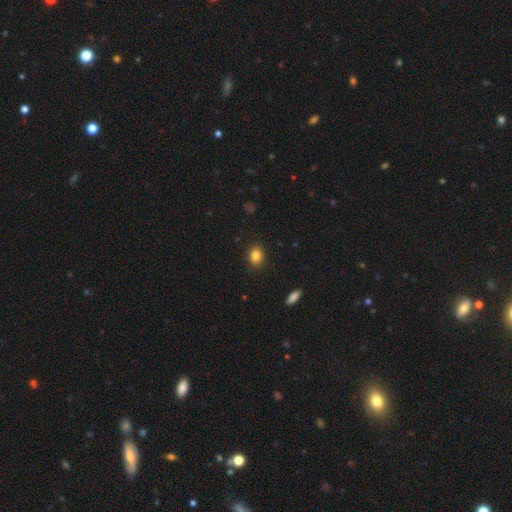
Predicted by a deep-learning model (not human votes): smooth 84%, star or artifact 10%, featured or disk 6%. Down the decision tree: how rounded — in between (52%); merging — none (88%).